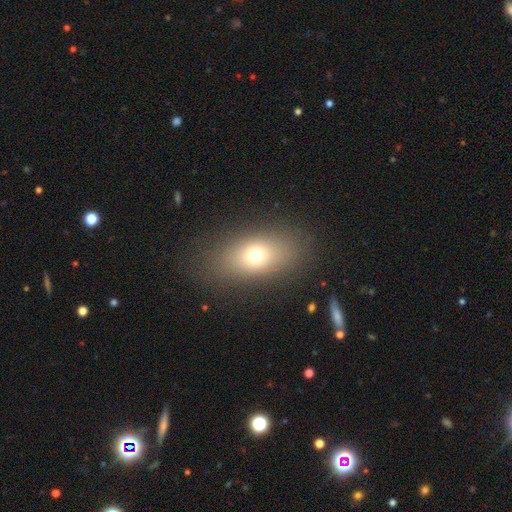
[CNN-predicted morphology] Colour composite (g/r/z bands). It shows a smooth galaxy with no disk features (68%) that is in between round and cigar-shaped (80%). Merging: none (83%).